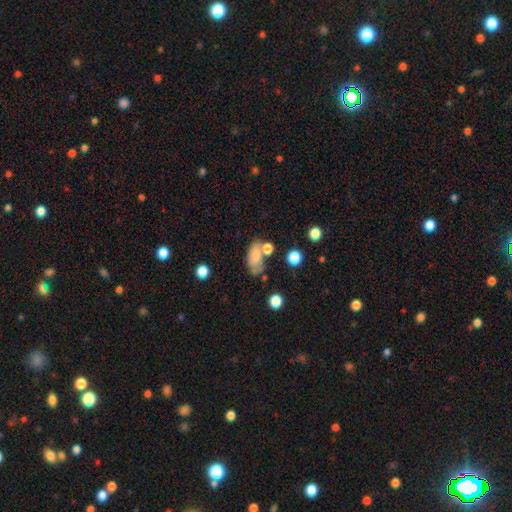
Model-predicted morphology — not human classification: Smooth or featured?
  - smooth: 71% *
  - featured or disk: 19%
  - star or artifact: 10%
How rounded?
  - in between: 87% *
  - round: 9%
  - cigar-shaped: 3%
Merging?
  - none: 44% *
  - merger: 22%
  - minor disturbance: 22%
  - major disturbance: 12%